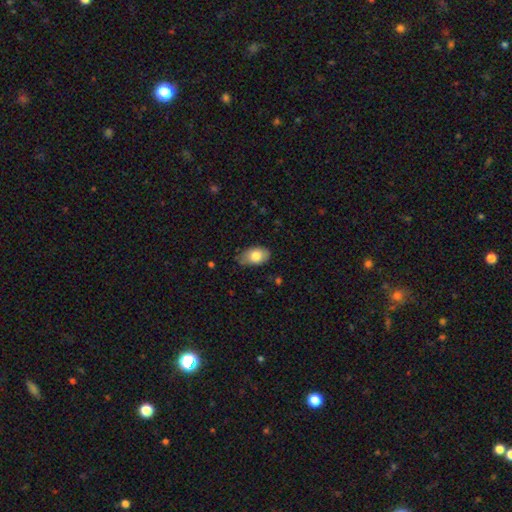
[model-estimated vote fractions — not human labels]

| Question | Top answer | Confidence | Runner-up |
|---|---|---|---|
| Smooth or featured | smooth | 79% | featured or disk (14%) |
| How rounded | in between | 90% | round (8%) |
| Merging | none | 69% | minor disturbance (26%) |